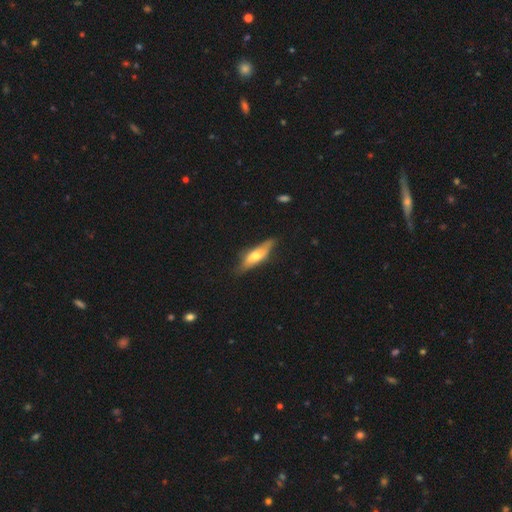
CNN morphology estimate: smooth_or_featured: smooth (p=0.49) [alt: featured or disk p=0.45]
merging: none (p=0.75) [alt: minor disturbance p=0.20]